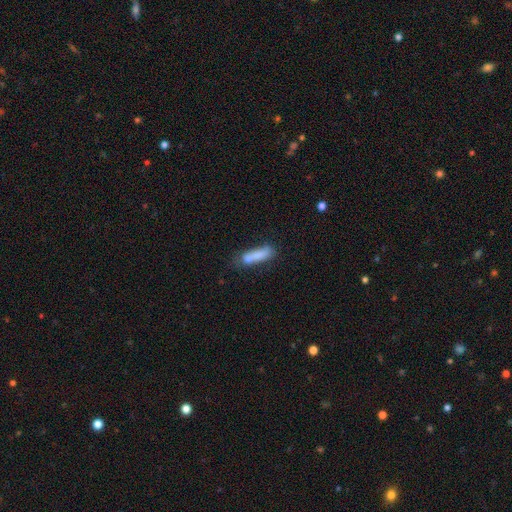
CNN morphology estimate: Smooth or featured: smooth — 75% (featured or disk — 16%)
How rounded: cigar-shaped — 63% (in between — 34%)
Merging: none — 45% (minor disturbance — 23%)